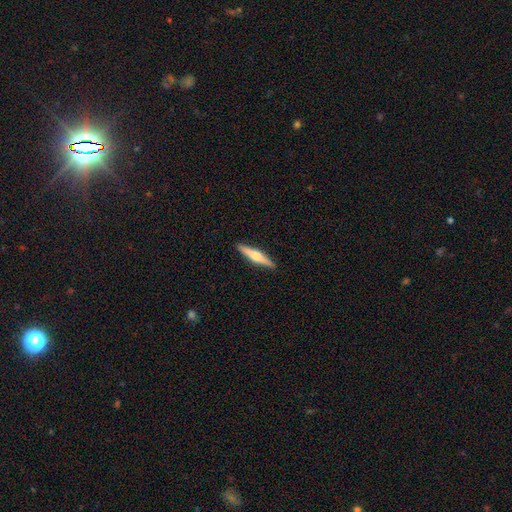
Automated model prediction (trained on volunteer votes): Smooth or featured?
  - featured or disk: 63% *
  - smooth: 32%
  - star or artifact: 5%
Edge-on disk?
  - yes: 98% *
  - no: 2%
Edge-on bulge?
  - rounded: 92% *
  - boxy: 5%
  - none: 3%
Merging?
  - none: 92% *
  - minor disturbance: 6%
  - major disturbance: 1%
  - merger: 1%